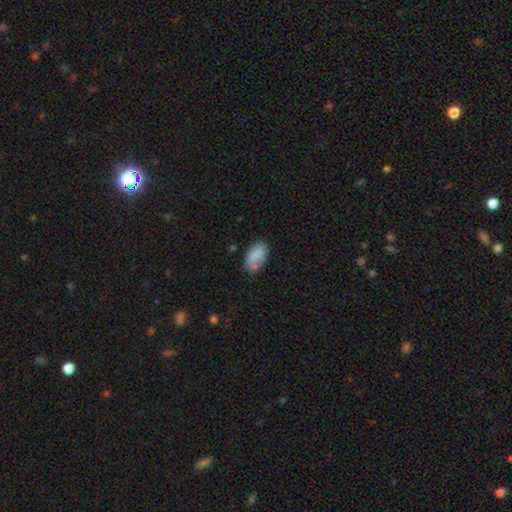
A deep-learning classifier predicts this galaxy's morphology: Overall: smooth (80%). How rounded: in between (93%). Merging: none (60%; minor disturbance 24%).